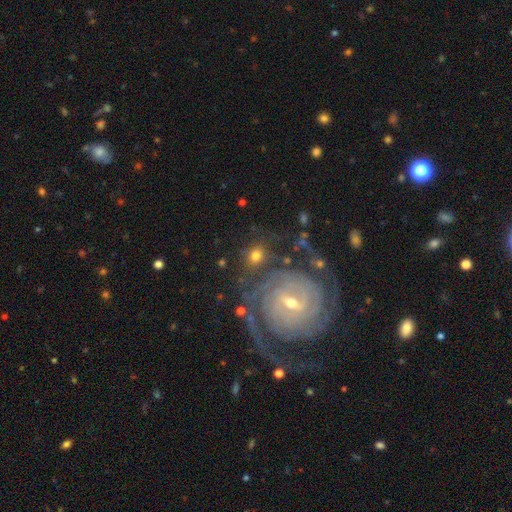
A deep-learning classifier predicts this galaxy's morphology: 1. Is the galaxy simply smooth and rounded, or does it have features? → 50% smooth, 40% featured or disk, 11% star or artifact.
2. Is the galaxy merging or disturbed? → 71% none, 14% minor disturbance, 8% major disturbance, 7% merger.